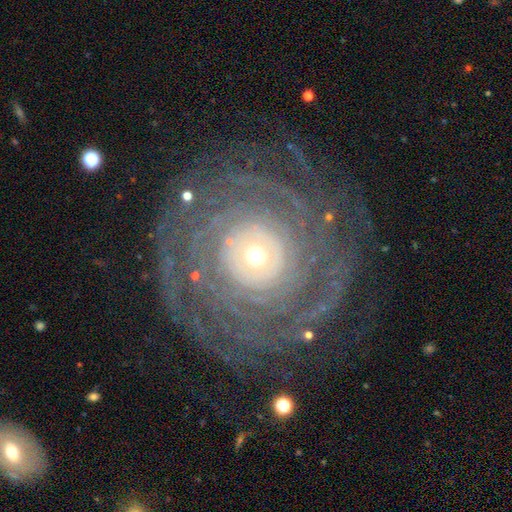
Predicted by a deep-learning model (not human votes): featured or disk 84%, smooth 9%, star or artifact 7%. Down the decision tree: edge-on disk — no (97%); bar — no (83%); spiral arms — yes (90%); spiral arm count — can't tell (33%); spiral winding — tight (84%); bulge size — small (53%); merging — none (80%).